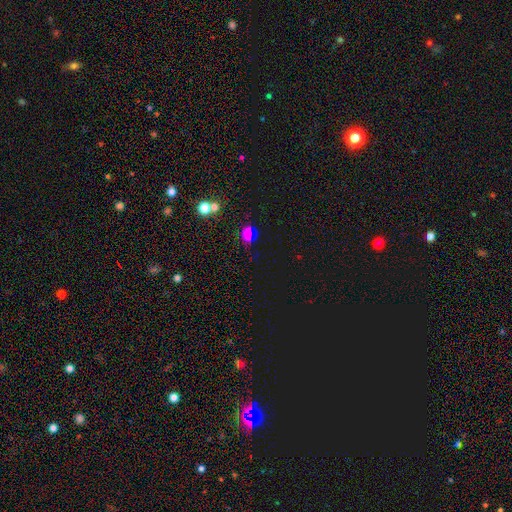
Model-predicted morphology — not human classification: This appears to be a star or artifact, not a galaxy (60%).